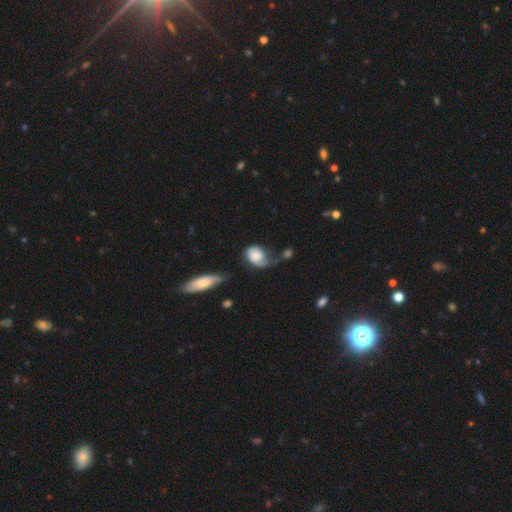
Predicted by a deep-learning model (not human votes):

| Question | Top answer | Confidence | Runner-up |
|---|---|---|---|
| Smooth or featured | smooth | 53% | featured or disk (40%) |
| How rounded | in between | 62% | round (36%) |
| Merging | major disturbance | 35% | none (24%) |